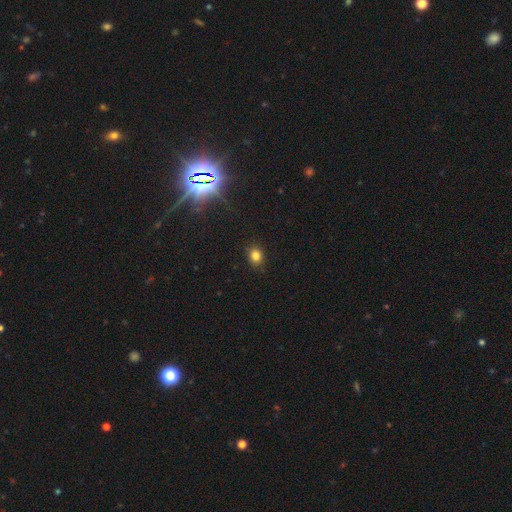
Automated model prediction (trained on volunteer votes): Smooth or featured?
  - smooth: 81% *
  - star or artifact: 14%
  - featured or disk: 5%
How rounded?
  - round: 67% *
  - in between: 32%
  - cigar-shaped: 1%
Merging?
  - none: 86% *
  - minor disturbance: 10%
  - major disturbance: 2%
  - merger: 1%